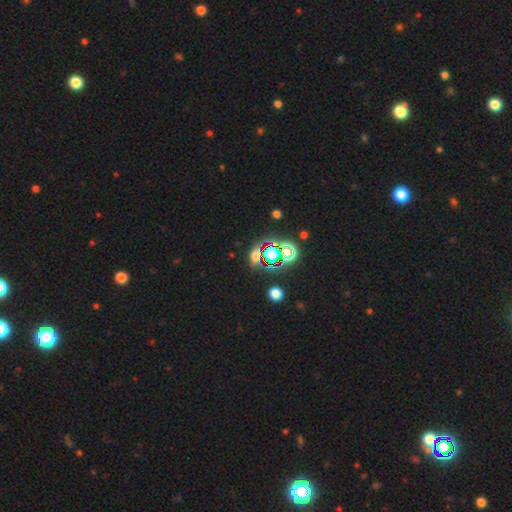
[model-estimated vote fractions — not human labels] This appears to be a star or artifact, not a galaxy (55%).